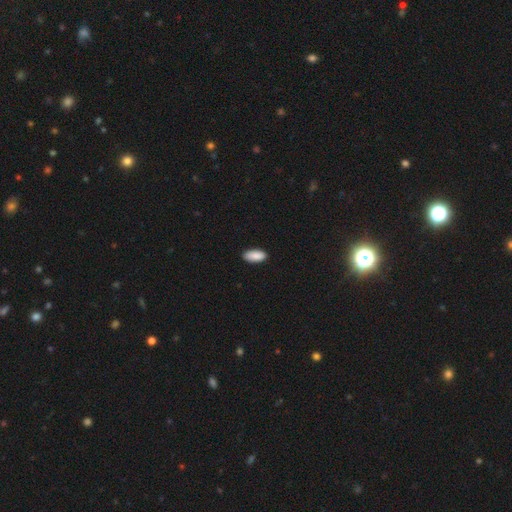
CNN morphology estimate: Q: Smooth or featured?
A: smooth (90%); runner-up: star or artifact (6%)
Q: How rounded?
A: in between (92%); runner-up: cigar-shaped (7%)
Q: Merging?
A: none (89%); runner-up: minor disturbance (8%)